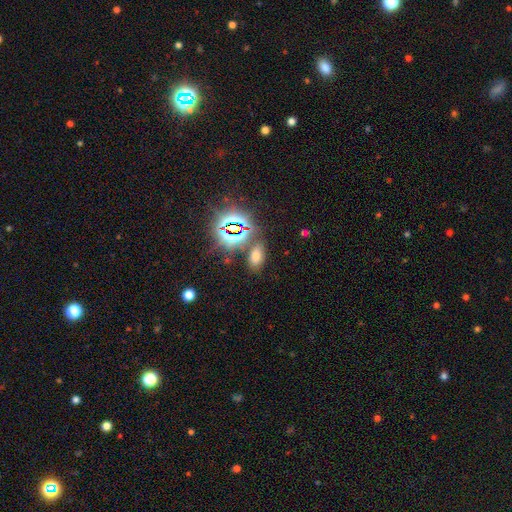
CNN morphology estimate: Overall: smooth (57%; star or artifact 36%). How rounded: in between (88%). Merging: none (77%).